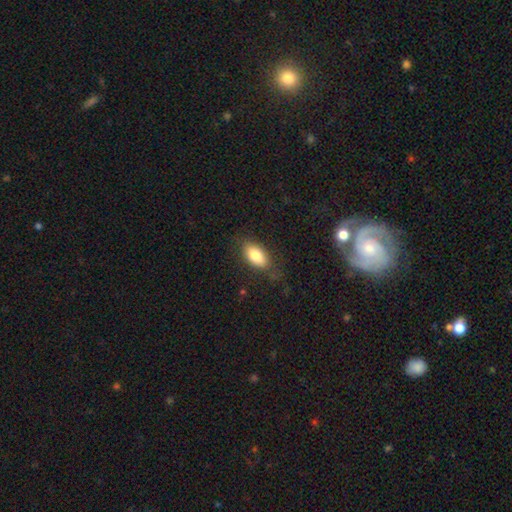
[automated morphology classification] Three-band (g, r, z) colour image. It shows a smooth galaxy with no disk features (81%) that is in between round and cigar-shaped (90%). Merging: none (77%).